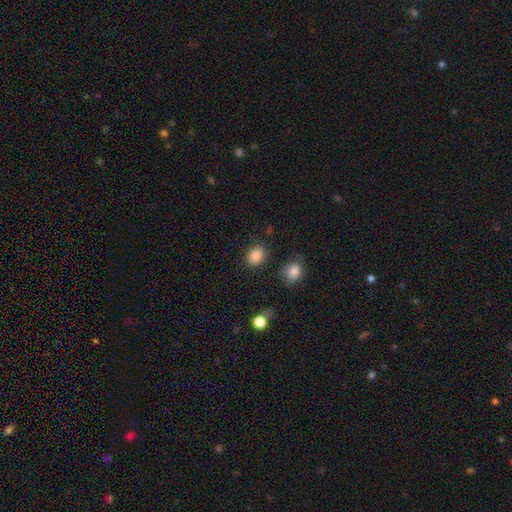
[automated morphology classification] This is clearly a smooth galaxy (86%). How rounded: possibly in between (53%). Merging: clearly none (81%).